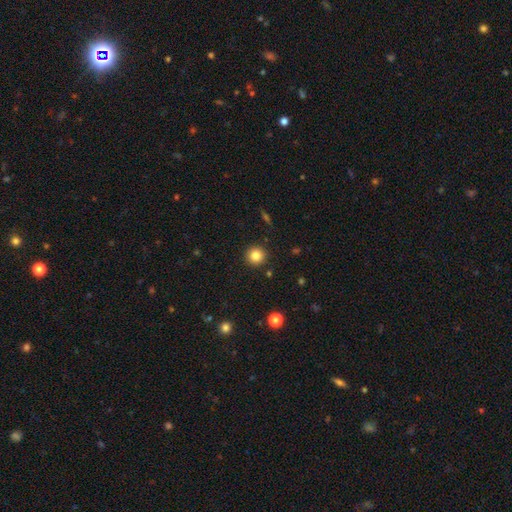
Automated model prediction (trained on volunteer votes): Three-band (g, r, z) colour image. It shows a smooth galaxy with no disk features (82%) that is round (95%). Merging: none (91%).